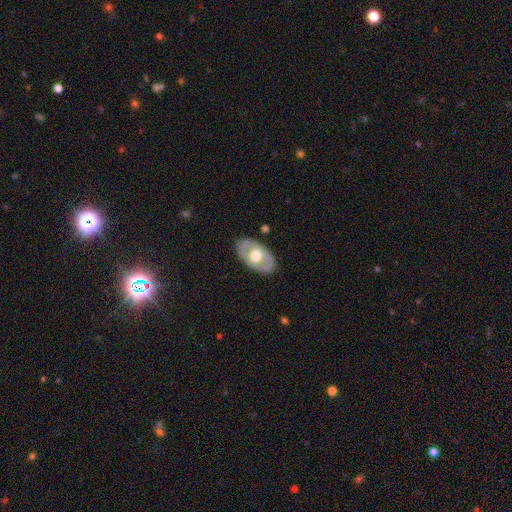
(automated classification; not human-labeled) Smooth or featured?
  - featured or disk: 54% *
  - smooth: 41%
  - star or artifact: 5%
Edge-on disk?
  - no: 87% *
  - yes: 13%
Merging?
  - none: 84% *
  - minor disturbance: 11%
  - major disturbance: 3%
  - merger: 1%